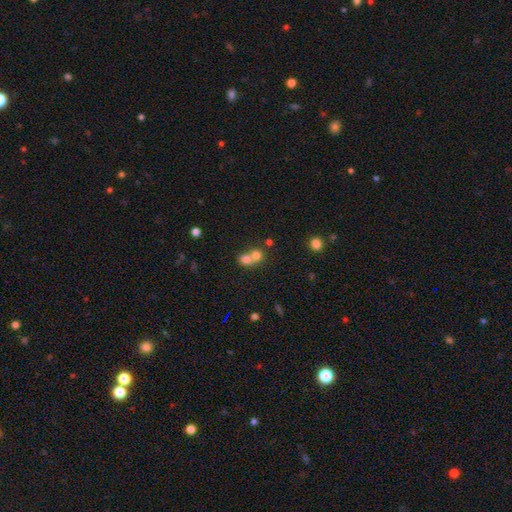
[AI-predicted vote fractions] A smooth galaxy with no disk features (73%) that is round (75%).

Vote fractions:
- Smooth or featured? smooth: 73% / featured or disk: 14% / star or artifact: 13%
- How rounded? round: 75% / in between: 24% / cigar-shaped: 1%
- Merging? merger: 65% / none: 28% / minor disturbance: 4% / major disturbance: 3%